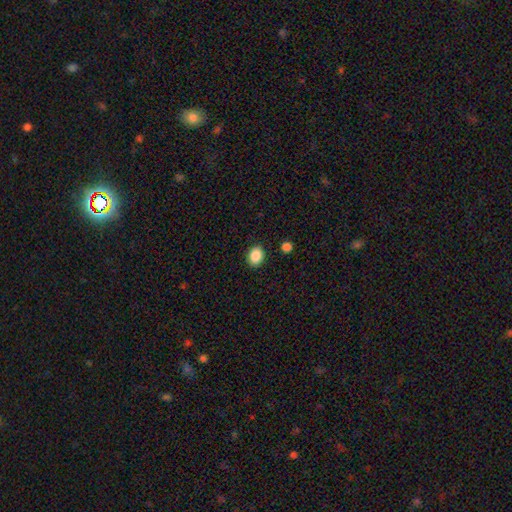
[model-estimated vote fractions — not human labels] Smooth or featured: smooth — 88% (star or artifact — 8%)
How rounded: in between — 61% (round — 38%)
Merging: none — 89% (minor disturbance — 7%)